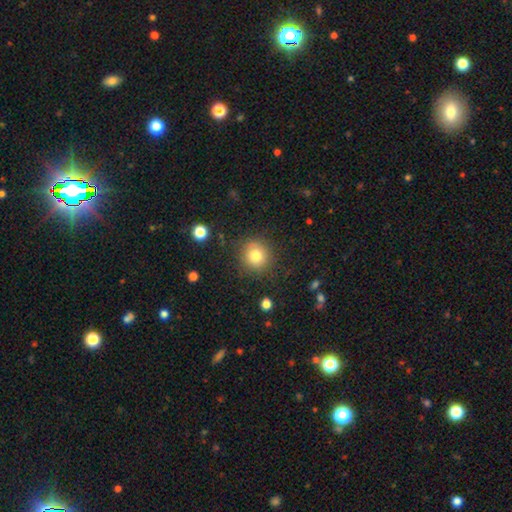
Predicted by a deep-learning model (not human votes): smooth-or-featured: smooth: 78% | star or artifact: 12% | featured or disk: 10%
  how-rounded: round: 91% | in between: 8% | cigar-shaped: 1%
  merging: none: 84% | minor disturbance: 10% | major disturbance: 4% | merger: 2%